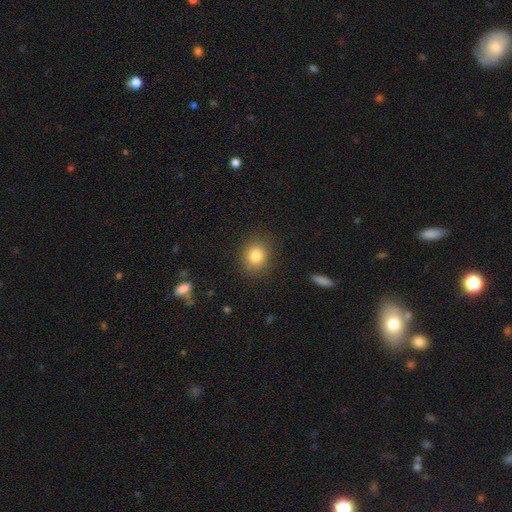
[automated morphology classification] Smooth or featured? smooth (82%)
How rounded? round (71%)
Merging? none (87%)